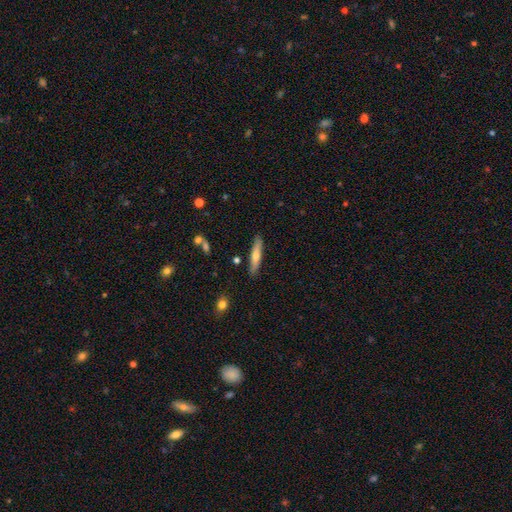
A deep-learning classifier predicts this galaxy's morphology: Q: Smooth or featured?
A: smooth (53%); runner-up: featured or disk (41%)
Q: How rounded?
A: cigar-shaped (87%); runner-up: in between (11%)
Q: Merging?
A: none (86%); runner-up: minor disturbance (10%)